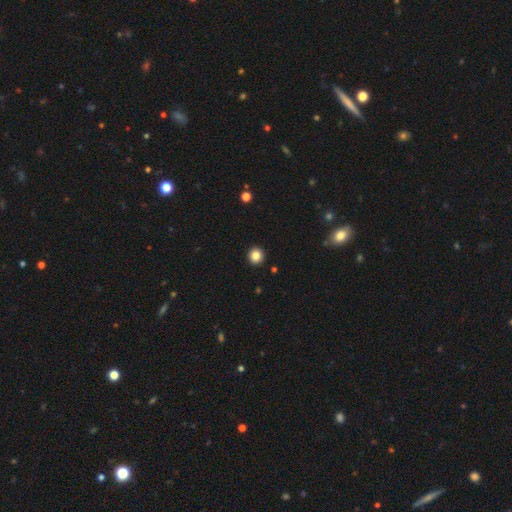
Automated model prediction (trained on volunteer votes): Overall: smooth (85%). How rounded: round (93%). Merging: none (93%).